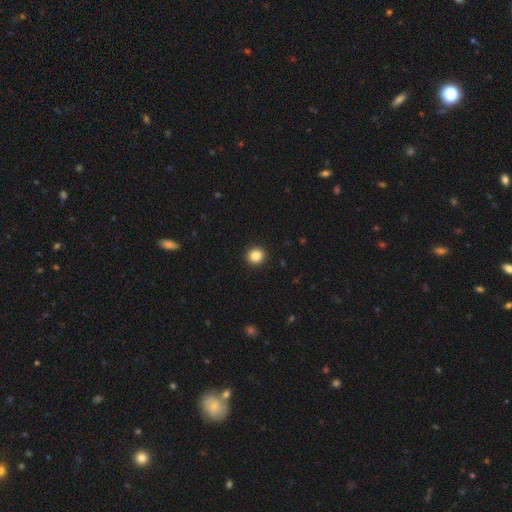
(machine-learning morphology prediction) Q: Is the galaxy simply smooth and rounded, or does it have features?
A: smooth — 86%.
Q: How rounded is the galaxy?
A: round — 91%.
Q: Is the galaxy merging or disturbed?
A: none — 93%.